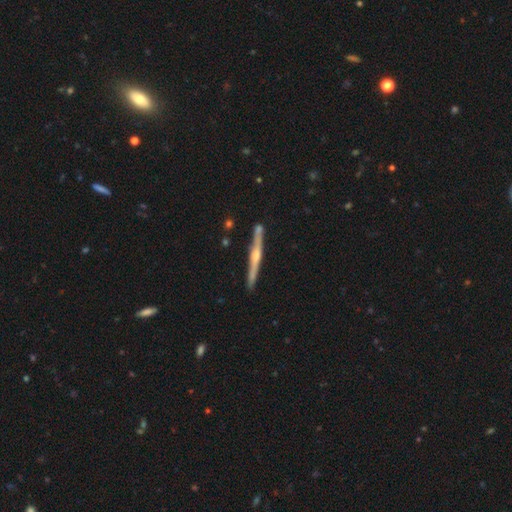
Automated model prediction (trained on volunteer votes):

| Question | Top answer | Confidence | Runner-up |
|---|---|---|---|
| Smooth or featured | featured or disk | 78% | smooth (17%) |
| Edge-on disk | yes | 98% | no (2%) |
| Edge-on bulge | rounded | 79% | none (11%) |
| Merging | none | 87% | minor disturbance (8%) |